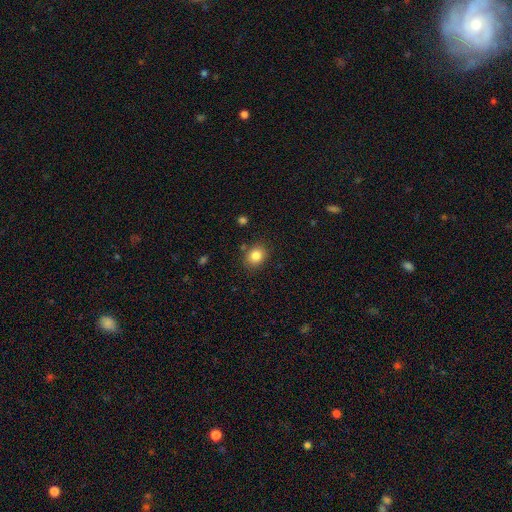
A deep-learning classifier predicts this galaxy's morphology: type=smooth (84%); roundness=round (61%); merging=none (84%).